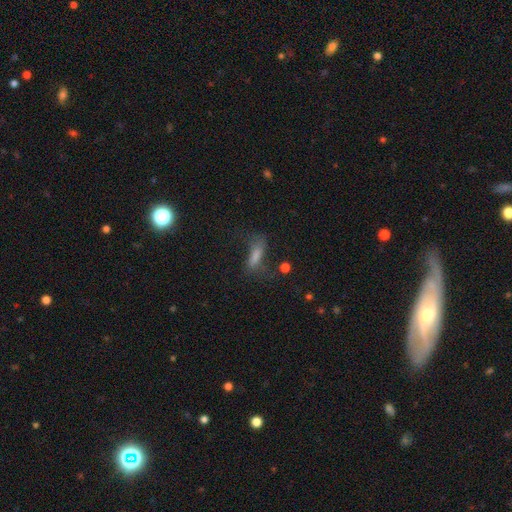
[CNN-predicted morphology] smooth_or_featured: smooth (p=0.55) [alt: featured or disk p=0.25]
how_rounded: cigar-shaped (p=0.52) [alt: in between p=0.43]
merging: none (p=0.51) [alt: minor disturbance p=0.23]